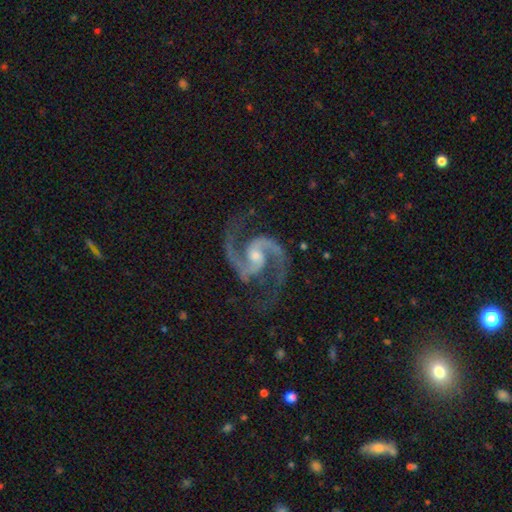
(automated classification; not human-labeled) featured or disk 95%, star or artifact 4%, smooth 2%. Down the decision tree: edge-on disk — no (98%); bar — no (45%); spiral arms — yes (99%); spiral arm count — 2 (94%); spiral winding — medium (71%); bulge size — moderate (46%, tied with small); merging — none (79%).